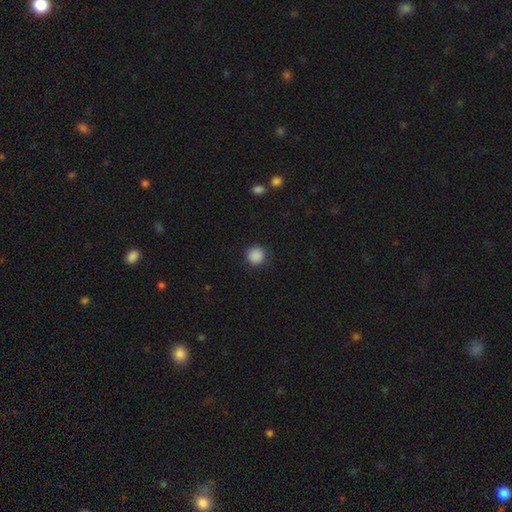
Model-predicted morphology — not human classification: Smooth or featured? Predicted: smooth (p=0.88). How rounded? Predicted: round (p=0.94). Merging? Predicted: none (p=0.90).